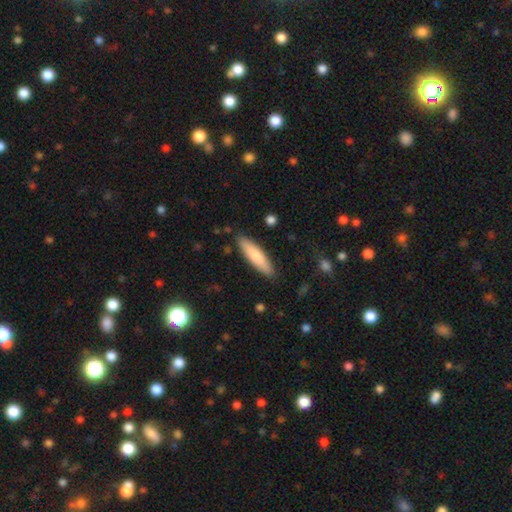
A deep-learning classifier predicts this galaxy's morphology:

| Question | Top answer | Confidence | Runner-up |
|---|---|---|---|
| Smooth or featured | smooth | 80% | featured or disk (15%) |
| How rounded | cigar-shaped | 74% | in between (25%) |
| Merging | none | 87% | minor disturbance (9%) |